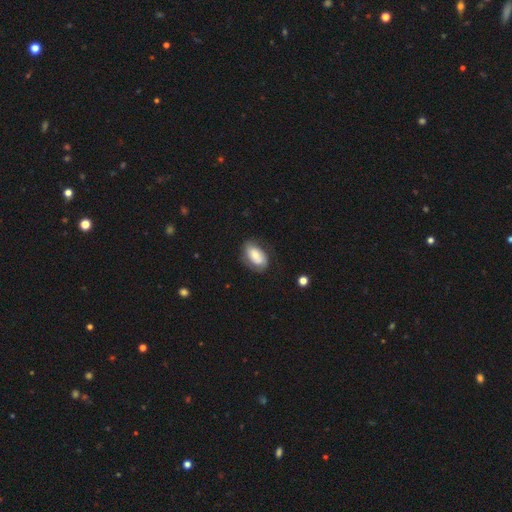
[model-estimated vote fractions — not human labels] smooth_or_featured: smooth (p=0.62) [alt: featured or disk p=0.30]
how_rounded: in between (p=0.92) [alt: round p=0.07]
merging: none (p=0.67) [alt: minor disturbance p=0.23]